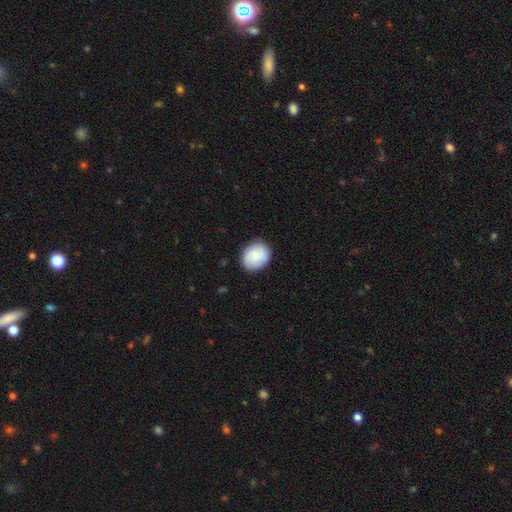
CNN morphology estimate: Smooth or featured: smooth — 72% (featured or disk — 21%)
How rounded: round — 63% (in between — 37%)
Merging: none — 85% (minor disturbance — 12%)